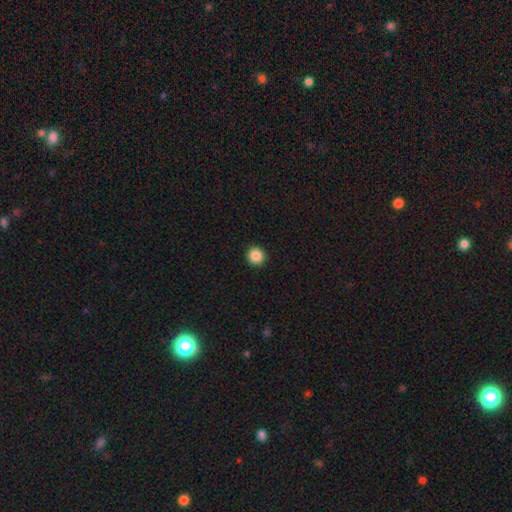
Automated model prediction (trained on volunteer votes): Morphology: type=smooth (87%); roundness=round (94%); merging=none (93%).